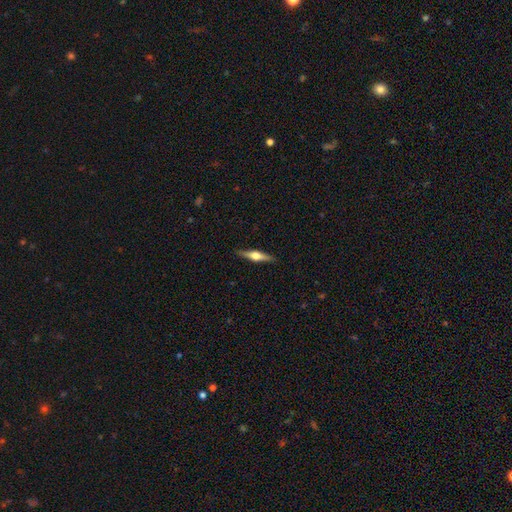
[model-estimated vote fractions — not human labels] smooth_or_featured: featured or disk (p=0.68) [alt: smooth p=0.26]
disk_edge_on: yes (p=0.98) [alt: no p=0.02]
edge_on_bulge: rounded (p=0.93) [alt: boxy p=0.05]
merging: none (p=0.90) [alt: minor disturbance p=0.08]